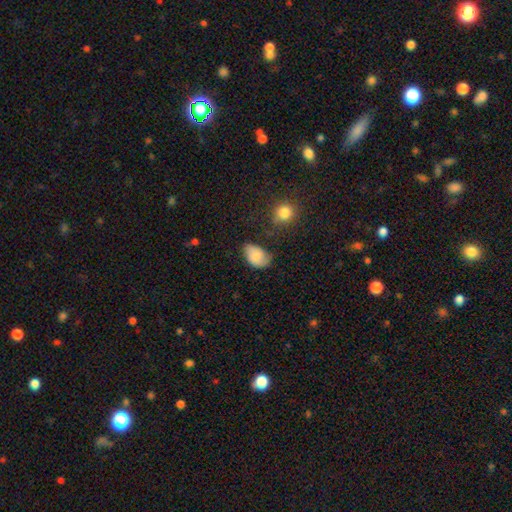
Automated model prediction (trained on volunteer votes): This is clearly a smooth galaxy (81%). How rounded: clearly in between (88%). Merging: possibly none (58%).